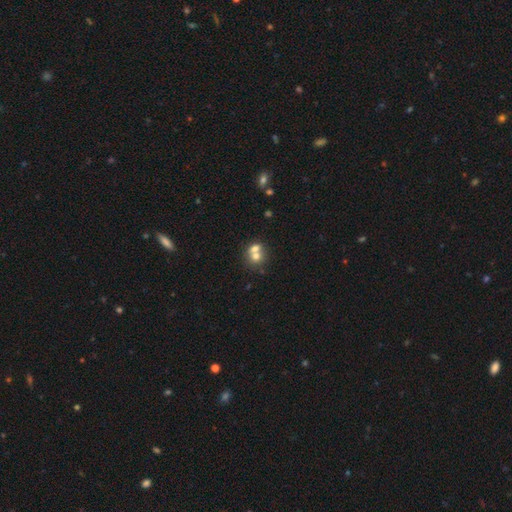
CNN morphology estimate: smooth 66%, featured or disk 22%, star or artifact 12%. Down the decision tree: how rounded — round (75%); merging — merger (59%).